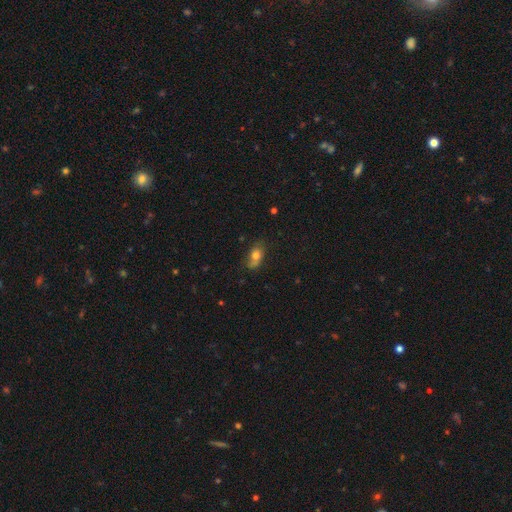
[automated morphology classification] The model was most divided on "merging": none: 56%, minor disturbance: 27%, major disturbance: 9%, merger: 8%. More confident: how rounded — in between (73%); smooth or featured — smooth (71%).